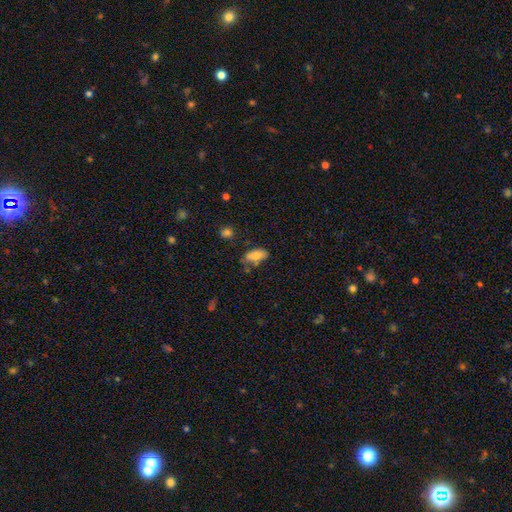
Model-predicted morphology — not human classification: type=smooth (76%); roundness=in between (89%); merging=none (53%).